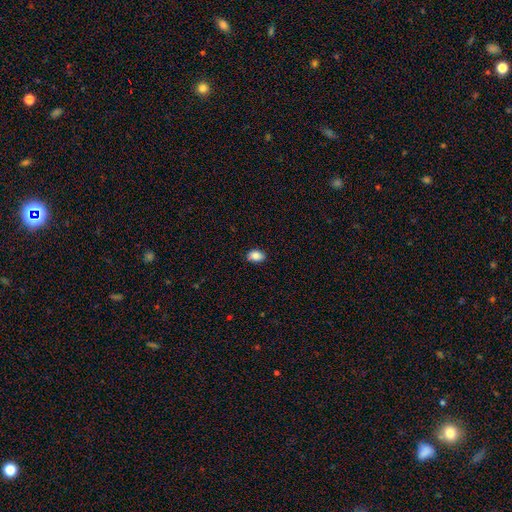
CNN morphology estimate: smooth 87%, star or artifact 8%, featured or disk 5%. Down the decision tree: how rounded — in between (82%); merging — none (86%).